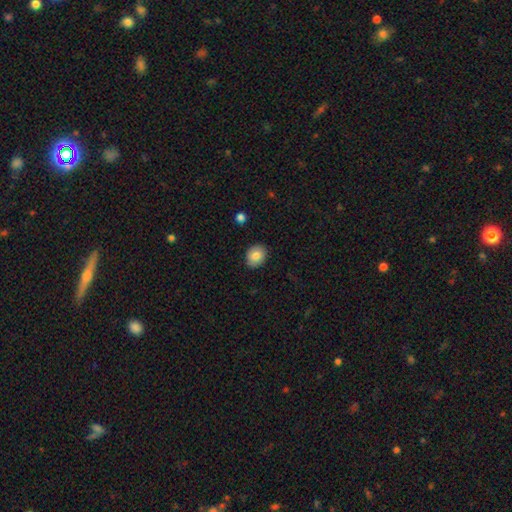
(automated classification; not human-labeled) smooth-or-featured: smooth: 82% | featured or disk: 10% | star or artifact: 8%
  how-rounded: round: 57% | in between: 42% | cigar-shaped: 1%
  merging: none: 88% | minor disturbance: 9% | major disturbance: 2% | merger: 1%